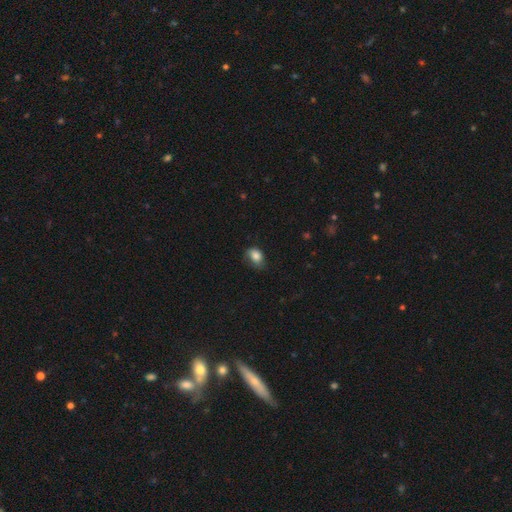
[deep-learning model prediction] Morphology: type=smooth (83%); roundness=in between (73%); merging=none (54%).